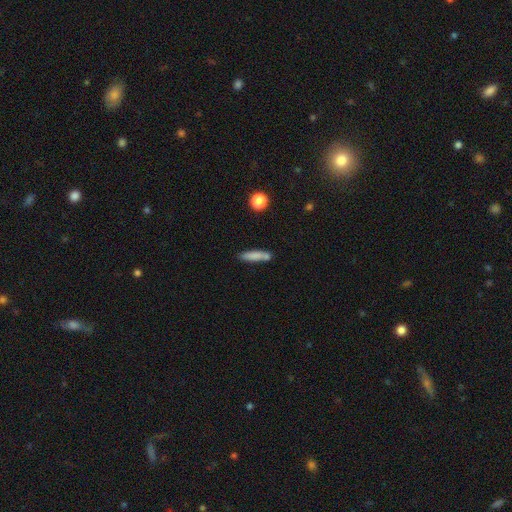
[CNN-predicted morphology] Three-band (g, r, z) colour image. It shows a smooth galaxy with no disk features (80%) that is cigar-shaped (79%). Merging: none (69%).